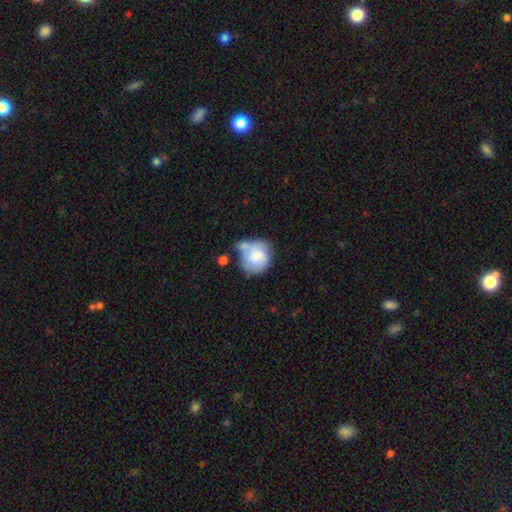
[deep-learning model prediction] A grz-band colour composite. It shows a smooth galaxy with no disk features (65%) that is round (75%). Merging: merger (31%).